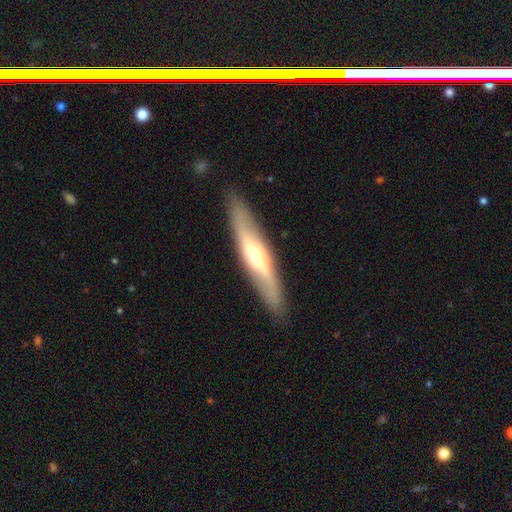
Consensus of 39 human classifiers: Volunteers were most divided on "edge-on disk": yes: 67%, no: 33%. More confident: merging — none (92%); edge-on bulge — rounded (72%); smooth or featured — featured or disk (69%).